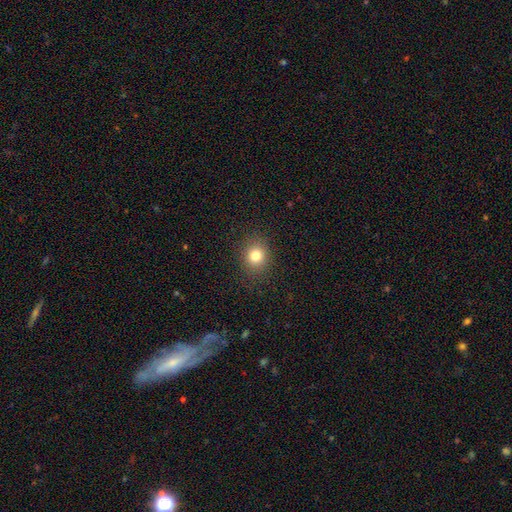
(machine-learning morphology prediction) Smooth or featured? smooth (80%)
How rounded? round (74%)
Merging? none (88%)